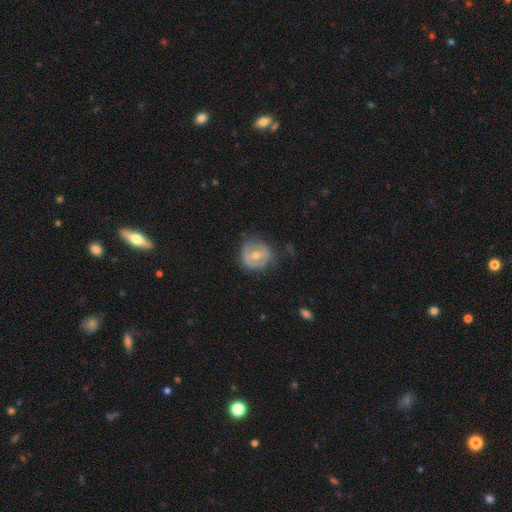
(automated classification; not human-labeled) smooth_or_featured: featured or disk (p=0.52) [alt: smooth p=0.42]
disk_edge_on: no (p=0.96) [alt: yes p=0.04]
merging: none (p=0.64) [alt: minor disturbance p=0.25]